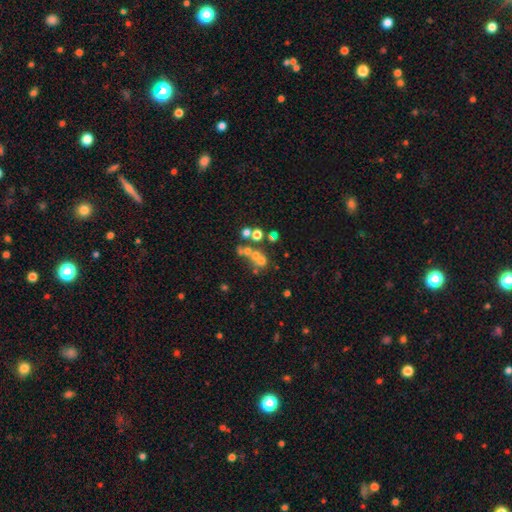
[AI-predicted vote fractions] The model was most divided on "merging": merger: 48%, none: 36%, major disturbance: 9%, minor disturbance: 8%. Remaining: smooth or featured — smooth (44%).